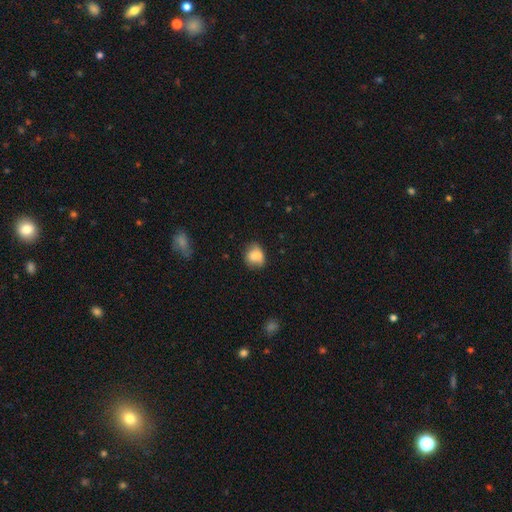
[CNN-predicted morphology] smooth 73%, featured or disk 18%, star or artifact 10%. Down the decision tree: how rounded — round (61%); merging — none (45%).